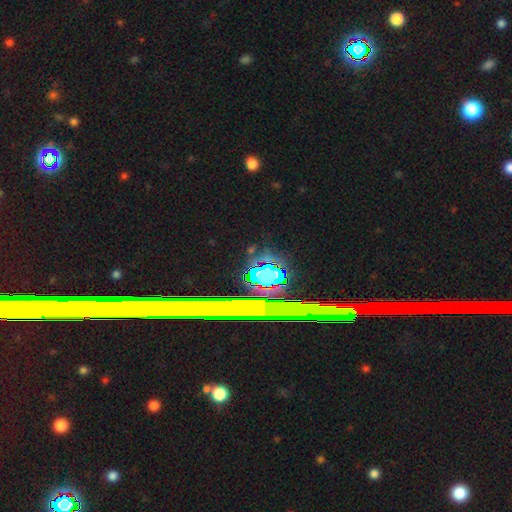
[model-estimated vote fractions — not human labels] A star or artifact, not a galaxy (70%).

Vote fractions:
- Smooth or featured? star or artifact: 70% / featured or disk: 17% / smooth: 13%